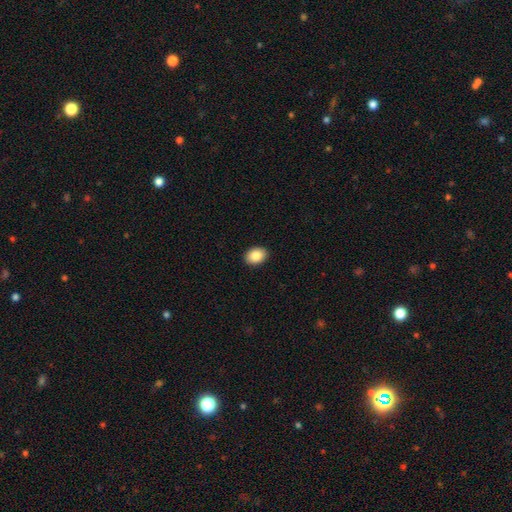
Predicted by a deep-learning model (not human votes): Morphology: type=smooth (86%); roundness=in between (70%); merging=none (92%).